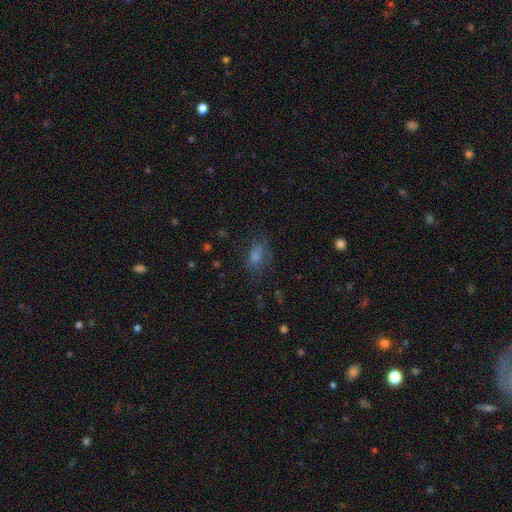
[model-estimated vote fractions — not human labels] smooth 58%, star or artifact 23%, featured or disk 19%. Down the decision tree: how rounded — in between (80%); merging — none (69%).